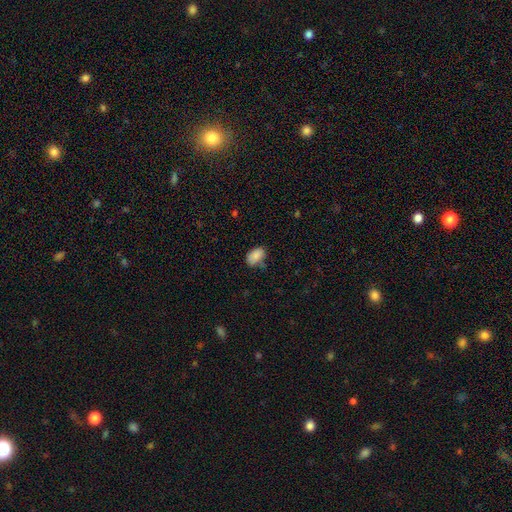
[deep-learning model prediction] This is clearly a smooth galaxy (87%). How rounded: clearly in between (89%). Merging: likely none (70%).